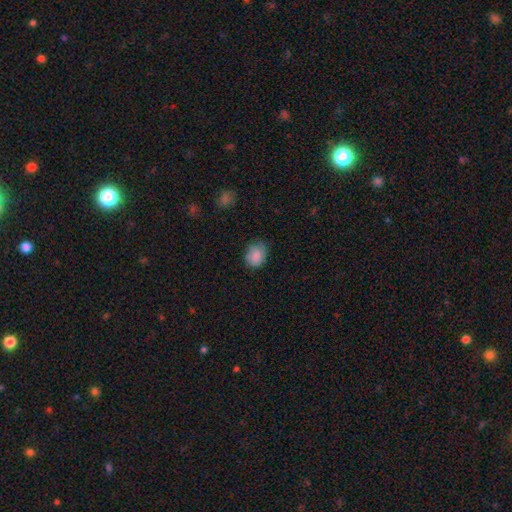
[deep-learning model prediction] Q: Smooth or featured?
A: smooth (85%); runner-up: star or artifact (8%)
Q: How rounded?
A: in between (51%); runner-up: round (49%)
Q: Merging?
A: none (71%); runner-up: minor disturbance (23%)